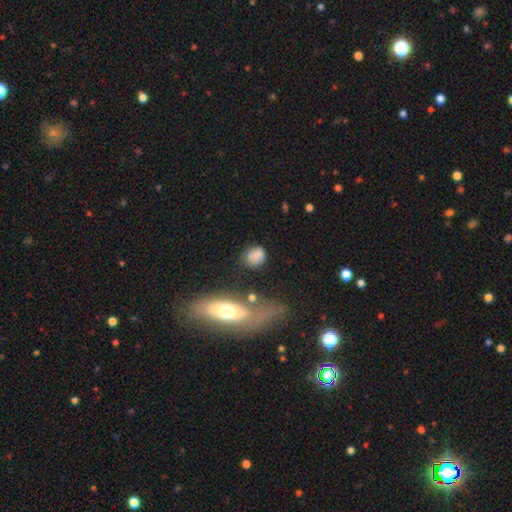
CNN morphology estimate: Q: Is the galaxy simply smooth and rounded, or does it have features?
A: smooth — 79%.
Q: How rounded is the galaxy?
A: round — 51%.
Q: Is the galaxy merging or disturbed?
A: none — 65%.